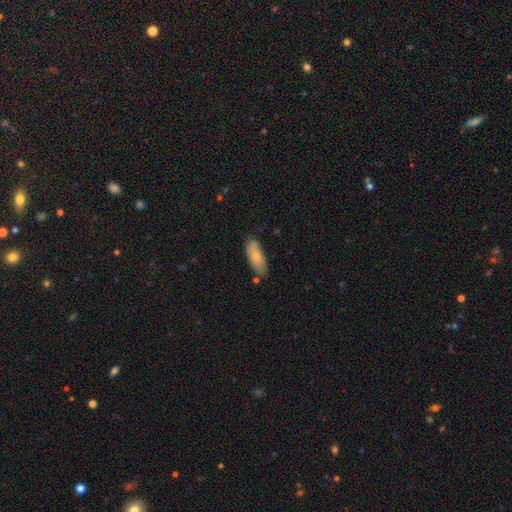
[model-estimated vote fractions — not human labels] Smooth or featured? Predicted: smooth (p=0.74). How rounded? Predicted: in between (p=0.72). Merging? Predicted: none (p=0.71).